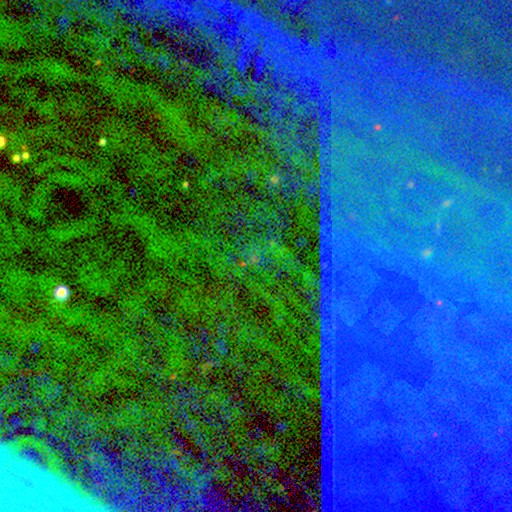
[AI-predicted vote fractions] The model was most divided on "smooth or featured": star or artifact: 77%, featured or disk: 13%, smooth: 10%.